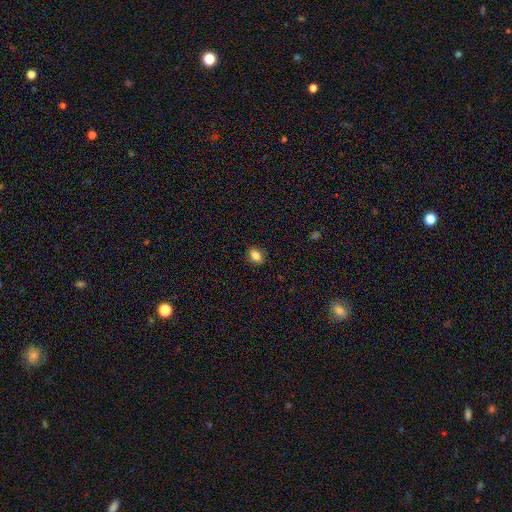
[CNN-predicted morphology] Overall: smooth (84%). How rounded: in between (77%). Merging: none (86%).